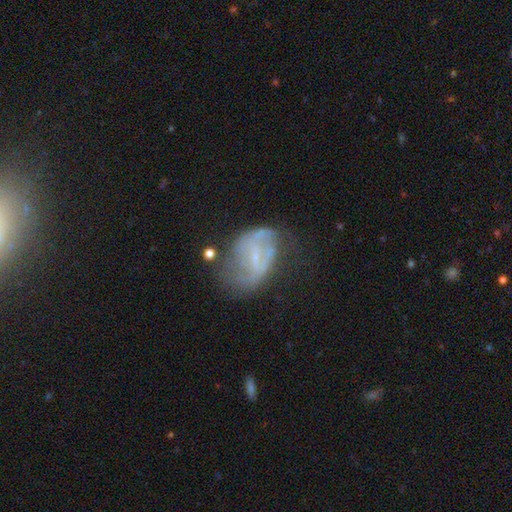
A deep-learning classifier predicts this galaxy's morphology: Q: Smooth or featured?
A: featured or disk (66%); runner-up: smooth (24%)
Q: Edge-on disk?
A: no (96%); runner-up: yes (4%)
Q: Bar?
A: weak (46%); runner-up: no (29%)
Q: Spiral arms?
A: yes (59%); runner-up: no (41%)
Q: Bulge size?
A: small (65%); runner-up: none (19%)
Q: Merging?
A: none (40%); runner-up: minor disturbance (28%)